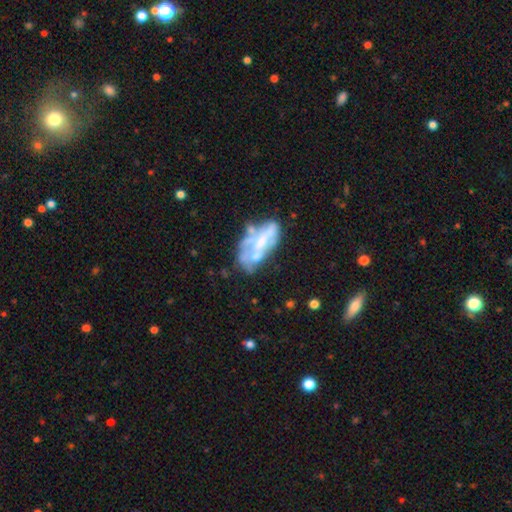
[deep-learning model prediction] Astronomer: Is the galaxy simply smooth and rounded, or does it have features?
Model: featured or disk — 63%.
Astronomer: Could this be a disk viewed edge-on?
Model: no — 92%.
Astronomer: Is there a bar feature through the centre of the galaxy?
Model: no — 64%.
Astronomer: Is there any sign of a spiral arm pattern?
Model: no — 80%.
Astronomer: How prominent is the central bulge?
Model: none — 33% (runner-up: moderate, 30%).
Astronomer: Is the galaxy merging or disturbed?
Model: none — 34% (runner-up: major disturbance, 24%).